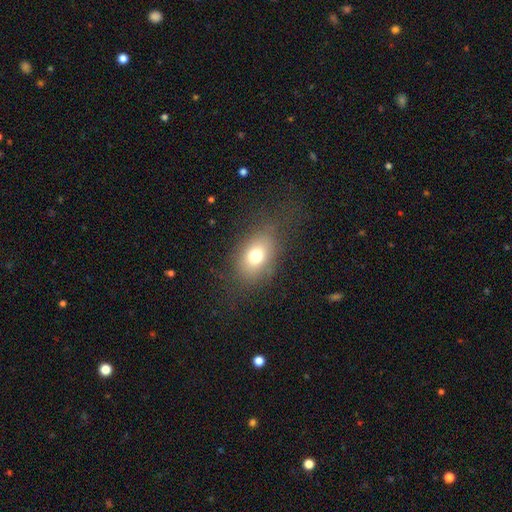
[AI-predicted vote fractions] smooth_or_featured: smooth (p=0.72) [alt: featured or disk p=0.15]
how_rounded: in between (p=0.74) [alt: round p=0.24]
merging: none (p=0.73) [alt: minor disturbance p=0.15]